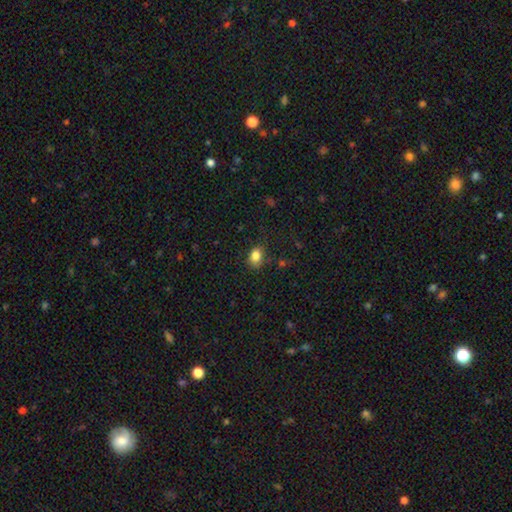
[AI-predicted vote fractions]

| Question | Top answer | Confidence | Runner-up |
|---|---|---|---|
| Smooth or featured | smooth | 84% | star or artifact (10%) |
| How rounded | in between | 63% | round (36%) |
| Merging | none | 80% | minor disturbance (15%) |